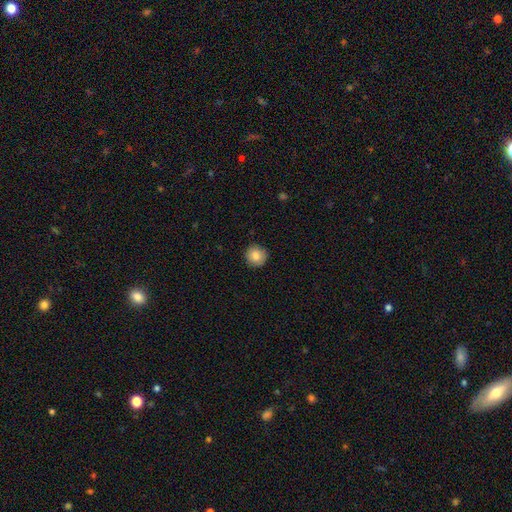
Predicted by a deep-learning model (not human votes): The model was most divided on "smooth or featured": smooth: 84%, star or artifact: 9%, featured or disk: 7%. More confident: how rounded — round (94%); merging — none (89%).